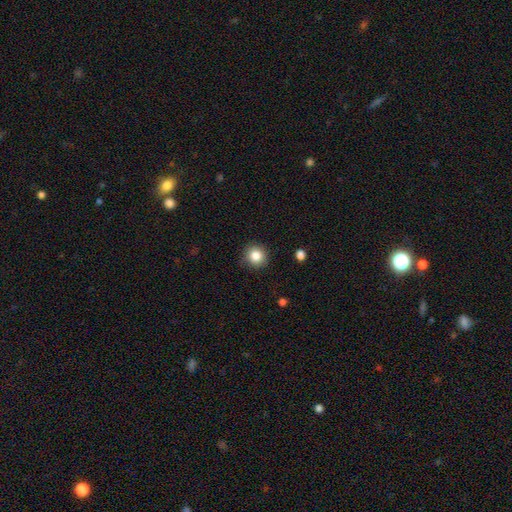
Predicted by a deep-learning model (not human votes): smooth-or-featured: smooth: 83% | star or artifact: 10% | featured or disk: 6%
  how-rounded: round: 93% | in between: 6% | cigar-shaped: 1%
  merging: none: 89% | minor disturbance: 8% | major disturbance: 2% | merger: 1%